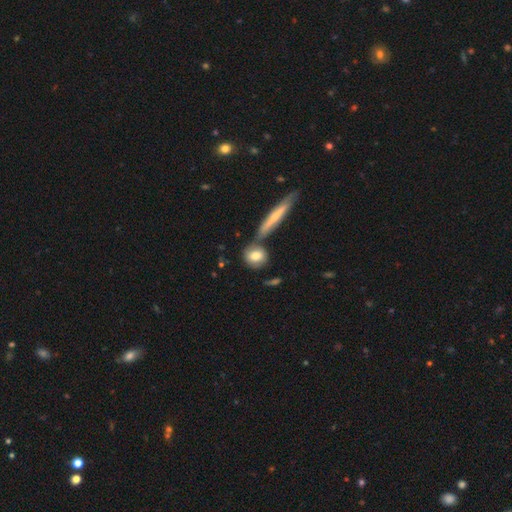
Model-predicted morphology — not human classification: This is likely a smooth galaxy (70%). How rounded: likely round (60%). Merging: possibly none (58%).